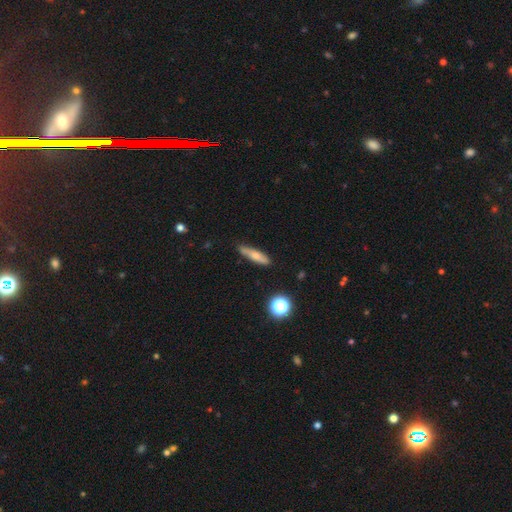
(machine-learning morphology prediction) Smooth or featured? smooth (62%)
How rounded? cigar-shaped (78%)
Merging? none (83%)